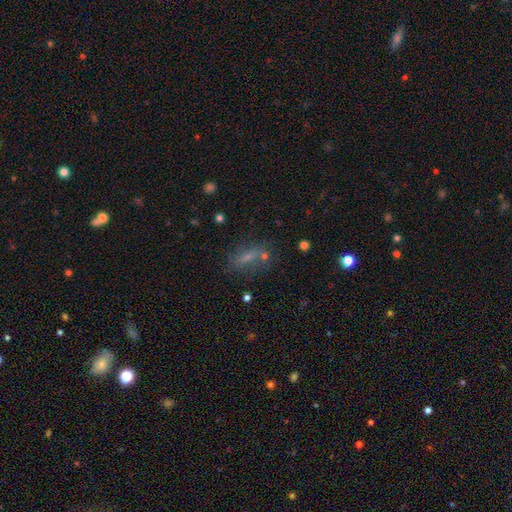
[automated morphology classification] This appears to be a smooth galaxy with no disk features (53%) that is in between round and cigar-shaped (49%). Merging: none (66%).